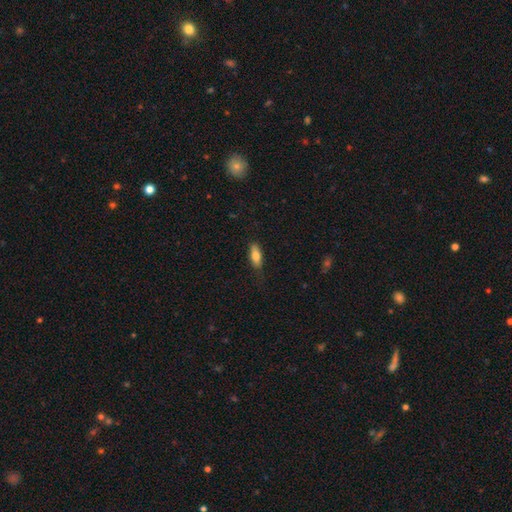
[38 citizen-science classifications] A smooth galaxy with no disk features (82%) that is in between round and cigar-shaped (58%).

Vote fractions:
- Smooth or featured? smooth: 82% / featured or disk: 16% / star or artifact: 3%
- How rounded? in between: 58% / cigar-shaped: 42% / round: 0%
- Merging? none: 78% / minor disturbance: 22% / major disturbance: 0% / merger: 0%